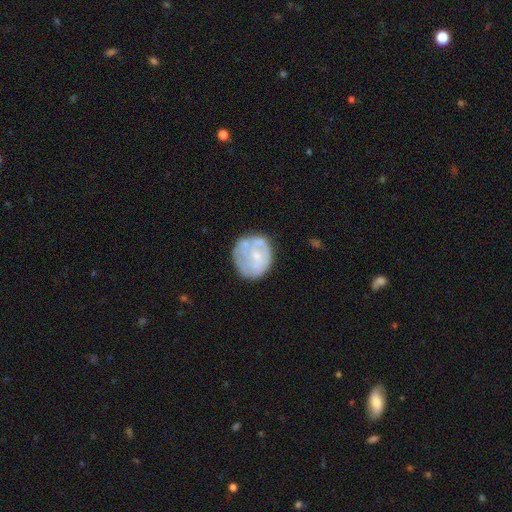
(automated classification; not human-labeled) featured or disk 51%, smooth 43%, star or artifact 7%. Down the decision tree: edge-on disk — no (98%); merging — none (62%).